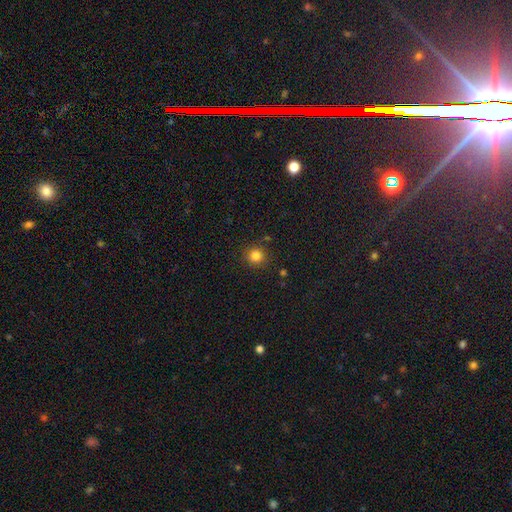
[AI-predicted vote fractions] smooth 83%, star or artifact 12%, featured or disk 5%. Down the decision tree: how rounded — round (93%); merging — none (87%).